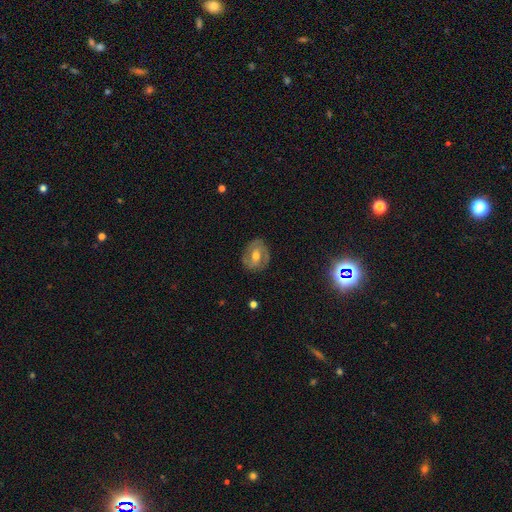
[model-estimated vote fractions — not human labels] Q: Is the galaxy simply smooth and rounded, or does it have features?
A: featured or disk — 63%.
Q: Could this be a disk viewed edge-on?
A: no — 95%.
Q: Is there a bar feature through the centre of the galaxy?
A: weak — 45%.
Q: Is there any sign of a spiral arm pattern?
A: yes — 75%.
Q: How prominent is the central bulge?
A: moderate — 71%.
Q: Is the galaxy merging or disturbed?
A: none — 79%.